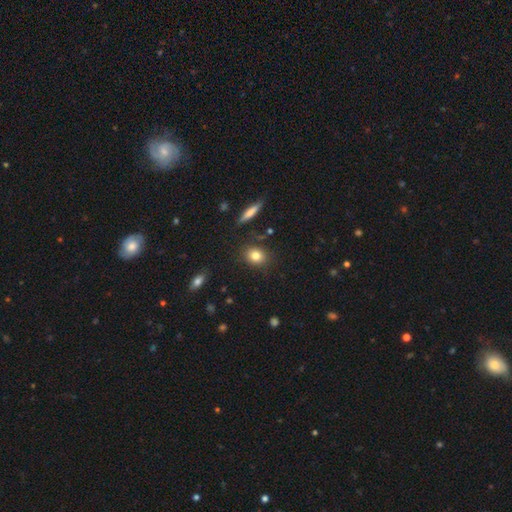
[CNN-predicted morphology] Q: Smooth or featured?
A: smooth (81%); runner-up: star or artifact (10%)
Q: How rounded?
A: round (58%); runner-up: in between (40%)
Q: Merging?
A: none (84%); runner-up: minor disturbance (10%)